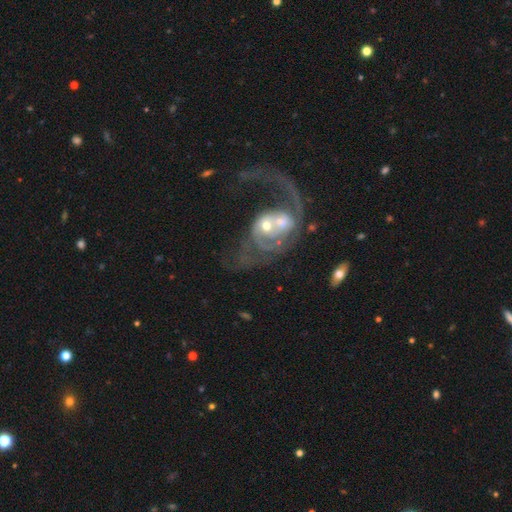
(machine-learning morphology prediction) Smooth or featured? Predicted: featured or disk (p=0.77). Edge-on disk? Predicted: no (p=0.97). Bar? Predicted: no (p=0.57). Spiral arms? Predicted: yes (p=0.76). Spiral winding? Predicted: loose (p=0.58). Spiral arm count? Predicted: 1 (p=0.52). Bulge size? Predicted: moderate (p=0.55). Merging? Predicted: merger (p=0.58).